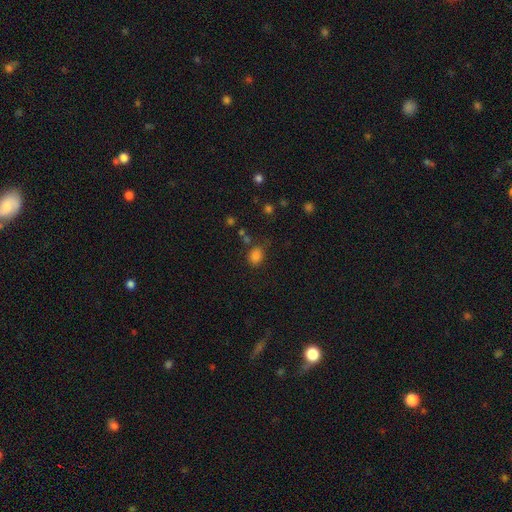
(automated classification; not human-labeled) Morphology: type=smooth (81%); roundness=in between (58%); merging=none (71%).